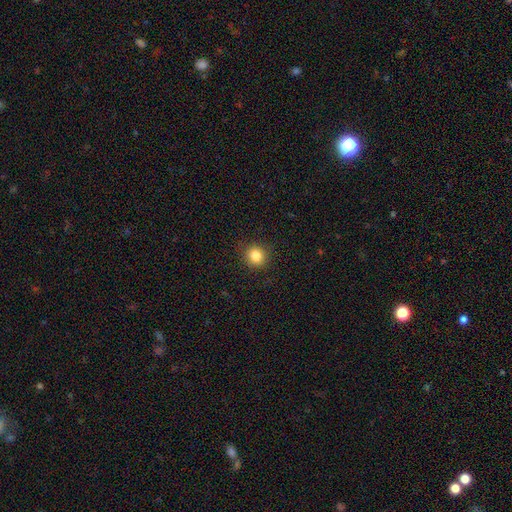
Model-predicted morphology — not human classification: Overall: smooth (84%). How rounded: round (87%). Merging: none (90%).